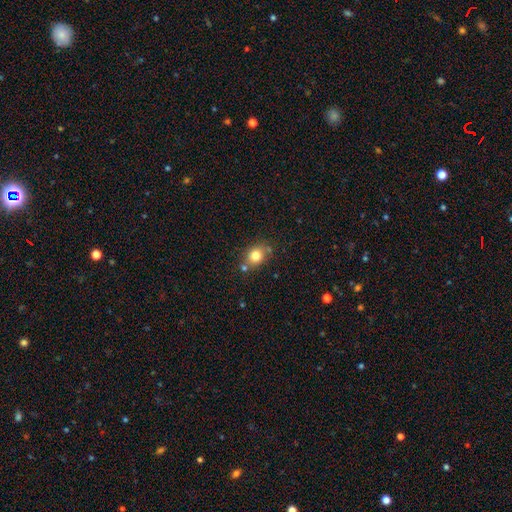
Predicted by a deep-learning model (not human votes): This appears to be a smooth galaxy with no disk features (79%) that is round (63%). Merging: none (68%).